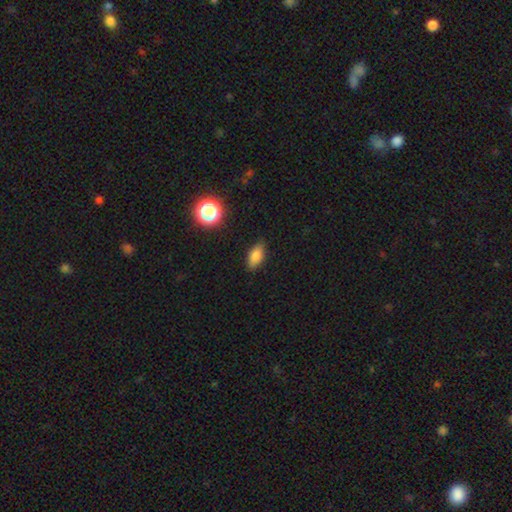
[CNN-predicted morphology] A smooth galaxy with no disk features (80%) that is in between round and cigar-shaped (85%). Merging: none (84%).